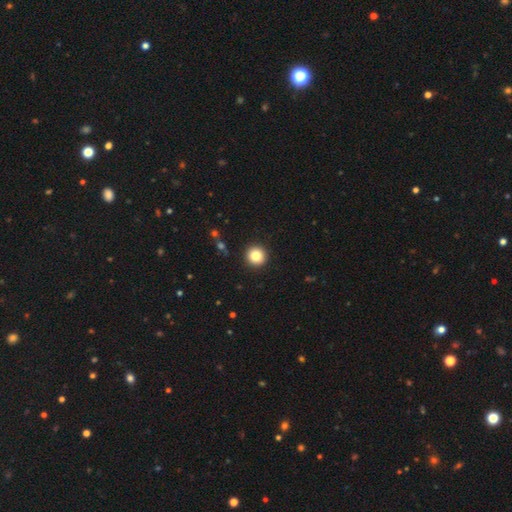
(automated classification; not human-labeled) This is clearly a smooth galaxy (84%). How rounded: clearly round (95%). Merging: clearly none (92%).